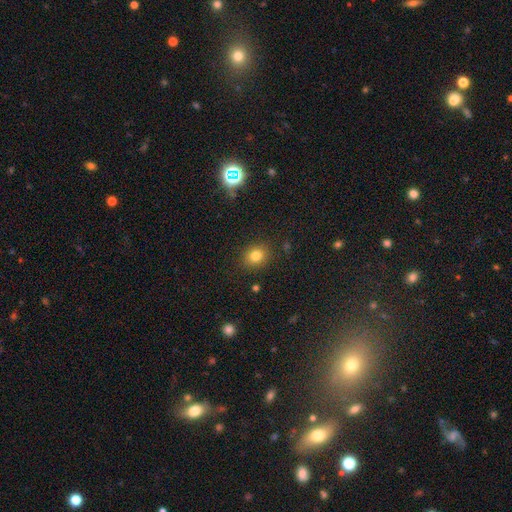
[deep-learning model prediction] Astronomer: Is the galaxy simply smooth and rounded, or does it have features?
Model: smooth — 80%.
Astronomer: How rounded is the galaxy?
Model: round — 62% (runner-up: in between, 37%).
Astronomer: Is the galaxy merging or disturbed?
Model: none — 87%.